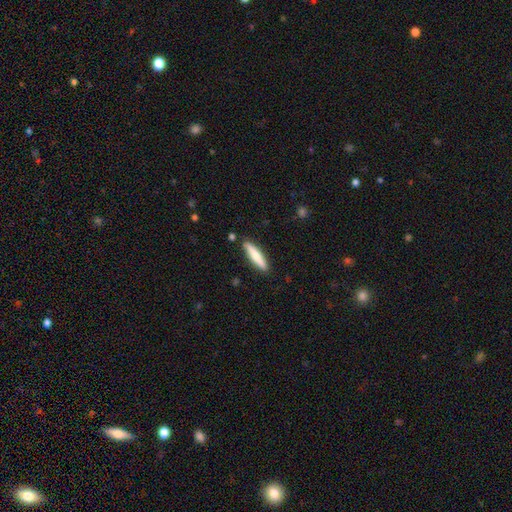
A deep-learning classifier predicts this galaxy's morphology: A smooth galaxy with no disk features (70%) that is cigar-shaped (84%).

Vote fractions:
- Smooth or featured? smooth: 70% / featured or disk: 24% / star or artifact: 5%
- How rounded? cigar-shaped: 84% / in between: 15% / round: 1%
- Merging? none: 87% / minor disturbance: 9% / merger: 2% / major disturbance: 2%